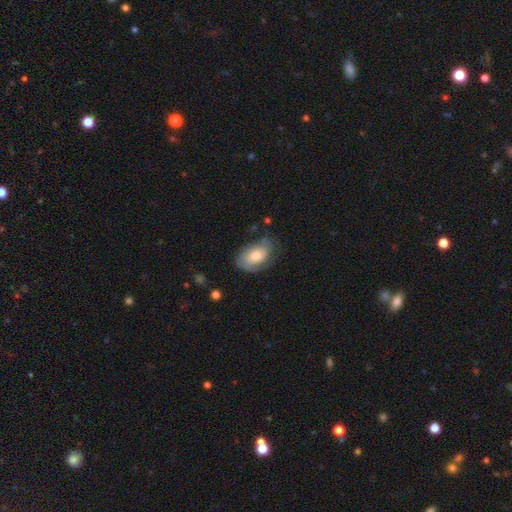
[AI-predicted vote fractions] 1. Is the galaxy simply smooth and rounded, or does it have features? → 60% smooth, 33% featured or disk, 7% star or artifact.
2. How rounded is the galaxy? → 89% in between, 9% round, 2% cigar-shaped.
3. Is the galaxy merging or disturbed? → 59% none, 28% minor disturbance, 11% major disturbance, 2% merger.